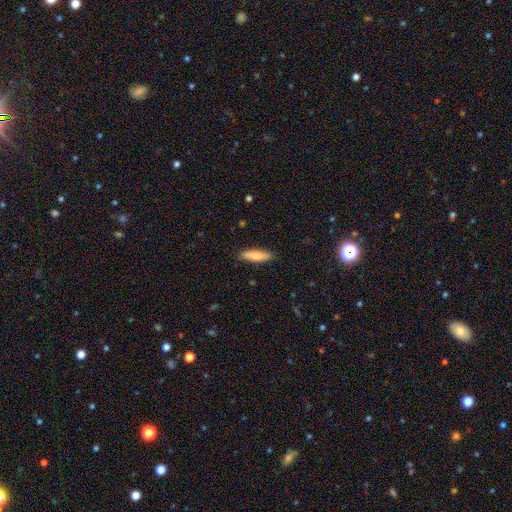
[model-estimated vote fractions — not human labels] This is clearly a smooth galaxy (81%). How rounded: possibly cigar-shaped (59%). Merging: clearly none (87%).